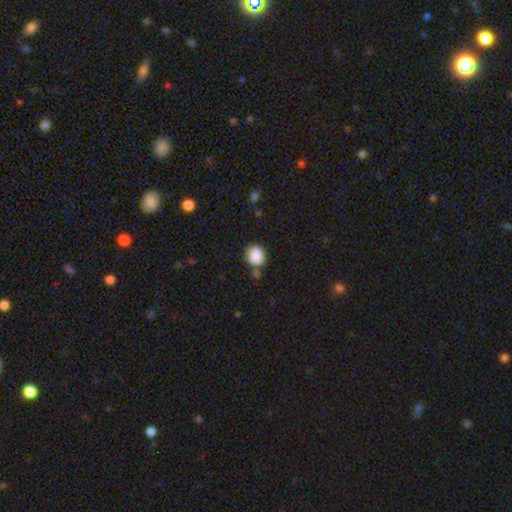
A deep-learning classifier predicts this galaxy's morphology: This is clearly a smooth galaxy (87%). How rounded: likely round (70%). Merging: likely none (70%).